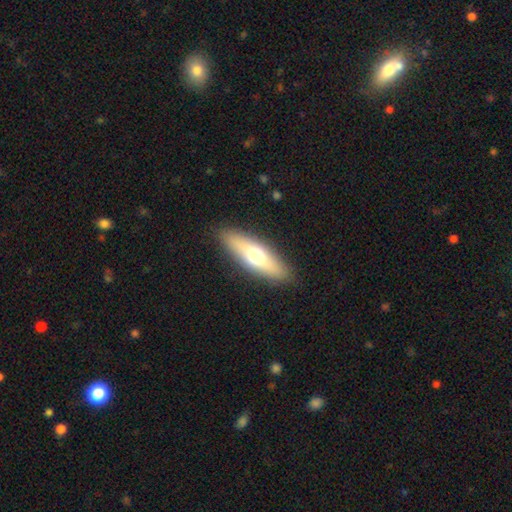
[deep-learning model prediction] A smooth galaxy with no disk features (59%) that is in between round and cigar-shaped (49%). Merging: none (89%).